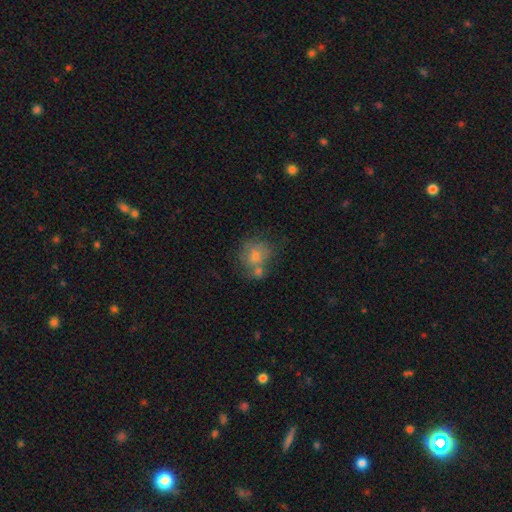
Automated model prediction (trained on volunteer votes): A smooth galaxy with no disk features (65%) that is round (75%).

Vote fractions:
- Smooth or featured? smooth: 65% / featured or disk: 25% / star or artifact: 10%
- How rounded? round: 75% / in between: 24% / cigar-shaped: 1%
- Merging? none: 40% / merger: 34% / minor disturbance: 16% / major disturbance: 9%